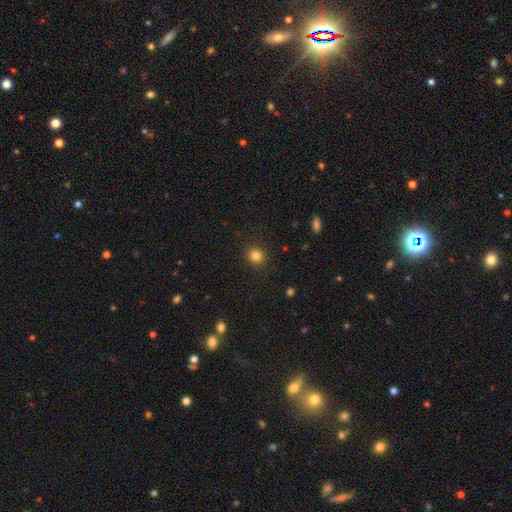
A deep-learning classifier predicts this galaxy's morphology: This is clearly a smooth galaxy (84%). How rounded: clearly round (86%). Merging: clearly none (90%).